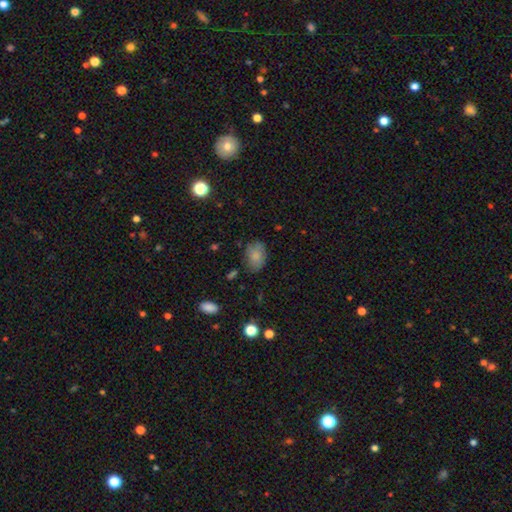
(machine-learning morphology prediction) smooth_or_featured: smooth (p=0.78) [alt: featured or disk p=0.13]
how_rounded: in between (p=0.82) [alt: round p=0.16]
merging: none (p=0.69) [alt: minor disturbance p=0.22]